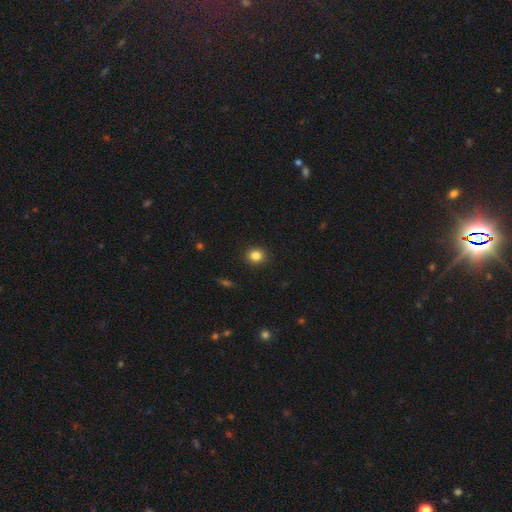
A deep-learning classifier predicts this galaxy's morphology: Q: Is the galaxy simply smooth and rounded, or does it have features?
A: smooth — 84%.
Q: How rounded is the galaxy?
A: round — 77%.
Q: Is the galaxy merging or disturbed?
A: none — 91%.